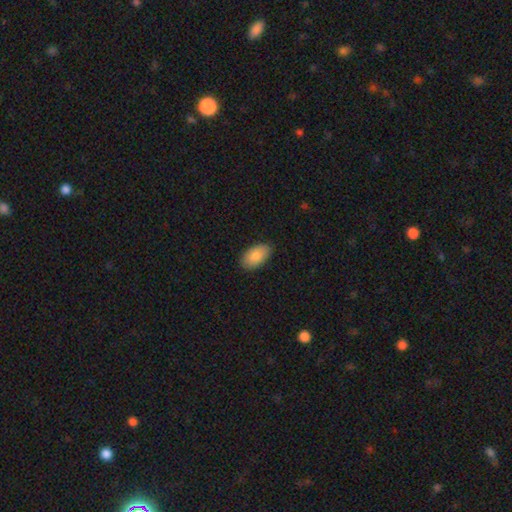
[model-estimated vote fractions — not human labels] Smooth or featured: smooth — 87% (featured or disk — 7%)
How rounded: in between — 95% (round — 3%)
Merging: none — 86% (minor disturbance — 11%)